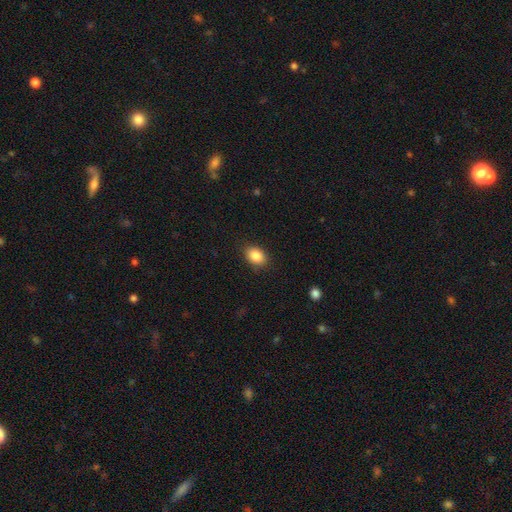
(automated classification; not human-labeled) The model was most divided on "how rounded": in between: 76%, round: 23%, cigar-shaped: 1%. More confident: merging — none (87%); smooth or featured — smooth (87%).